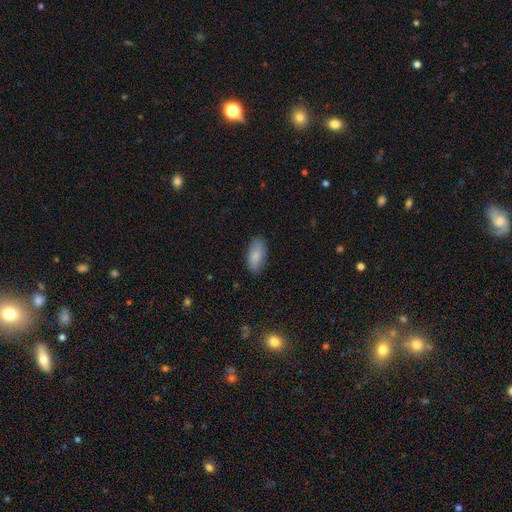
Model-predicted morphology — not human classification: A smooth galaxy with no disk features (85%) that is in between round and cigar-shaped (91%).

Vote fractions:
- Smooth or featured? smooth: 85% / featured or disk: 9% / star or artifact: 6%
- How rounded? in between: 91% / cigar-shaped: 6% / round: 2%
- Merging? none: 83% / minor disturbance: 13% / major disturbance: 3% / merger: 1%